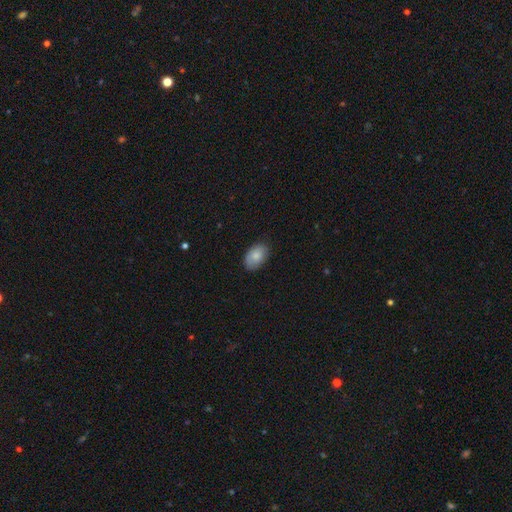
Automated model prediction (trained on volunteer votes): smooth-or-featured: smooth: 83% | featured or disk: 10% | star or artifact: 7%
  how-rounded: in between: 89% | round: 10% | cigar-shaped: 1%
  merging: none: 82% | minor disturbance: 14% | major disturbance: 2% | merger: 1%